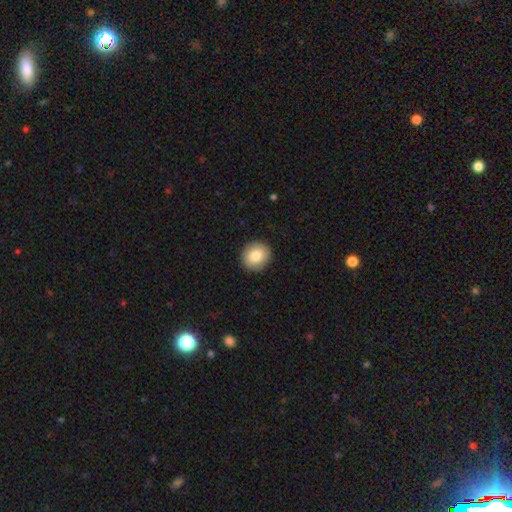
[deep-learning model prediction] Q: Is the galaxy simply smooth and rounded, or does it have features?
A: smooth — 83%.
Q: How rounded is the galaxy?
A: round — 89%.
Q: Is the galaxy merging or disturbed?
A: none — 91%.